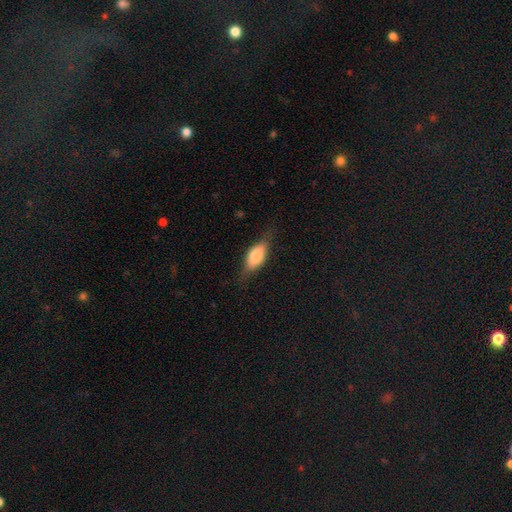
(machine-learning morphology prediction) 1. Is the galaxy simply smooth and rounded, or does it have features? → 71% smooth, 22% featured or disk, 6% star or artifact.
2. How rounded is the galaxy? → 82% in between, 14% cigar-shaped, 4% round.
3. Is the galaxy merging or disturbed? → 70% none, 22% minor disturbance, 7% major disturbance, 1% merger.